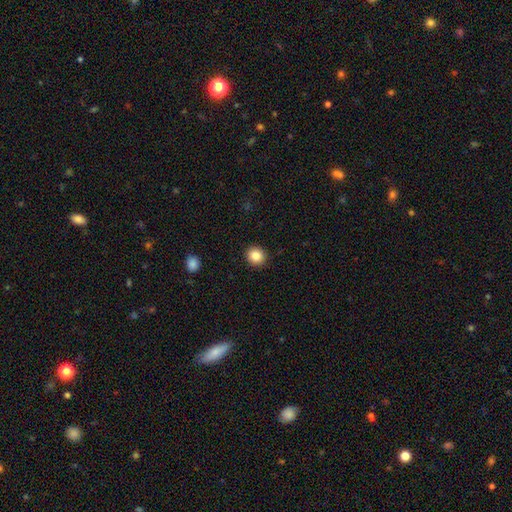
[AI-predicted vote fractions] A smooth galaxy with no disk features (85%) that is round (87%).

Vote fractions:
- Smooth or featured? smooth: 85% / star or artifact: 10% / featured or disk: 5%
- How rounded? round: 87% / in between: 12% / cigar-shaped: 1%
- Merging? none: 92% / minor disturbance: 5% / major disturbance: 2% / merger: 1%